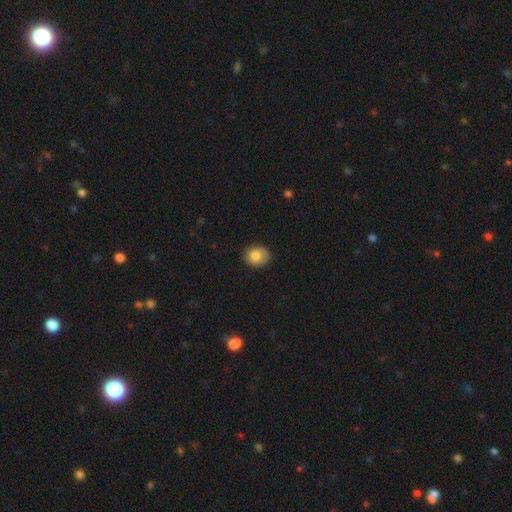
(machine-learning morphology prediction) This is clearly a smooth galaxy (82%). How rounded: likely round (61%). Merging: likely none (80%).